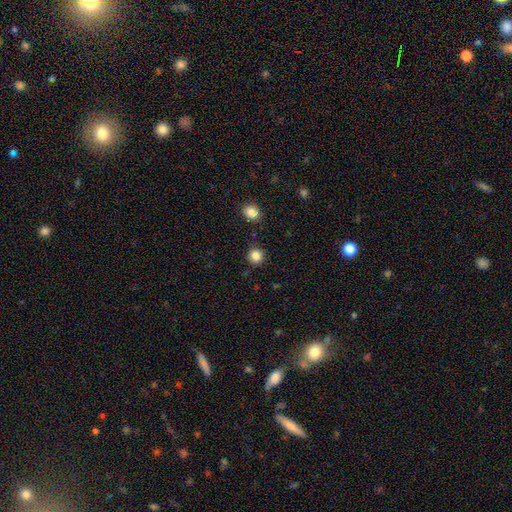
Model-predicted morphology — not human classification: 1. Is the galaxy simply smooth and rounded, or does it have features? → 84% smooth, 12% star or artifact, 4% featured or disk.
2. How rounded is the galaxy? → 92% round, 7% in between, 1% cigar-shaped.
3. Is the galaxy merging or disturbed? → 88% none, 7% minor disturbance, 3% merger, 2% major disturbance.